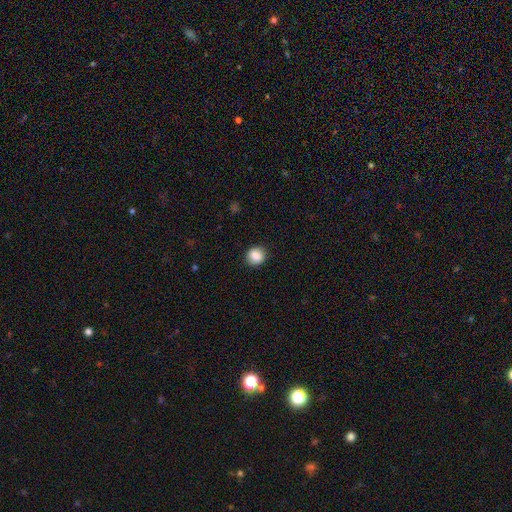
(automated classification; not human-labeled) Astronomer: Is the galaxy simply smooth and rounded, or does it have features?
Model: smooth — 87%.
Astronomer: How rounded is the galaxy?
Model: round — 78%.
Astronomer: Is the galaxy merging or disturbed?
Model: none — 89%.